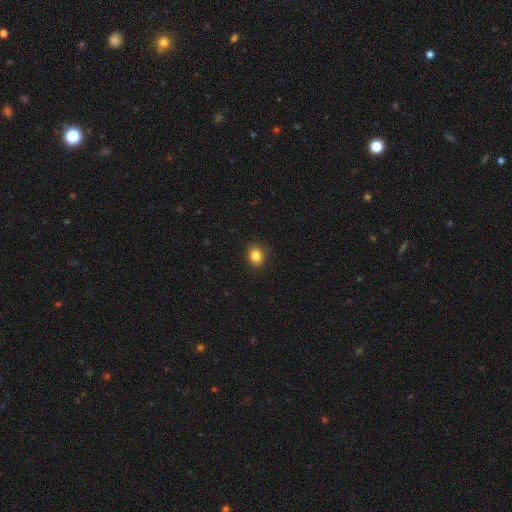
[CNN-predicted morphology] This is clearly a smooth galaxy (85%). How rounded: likely round (61%). Merging: clearly none (88%).